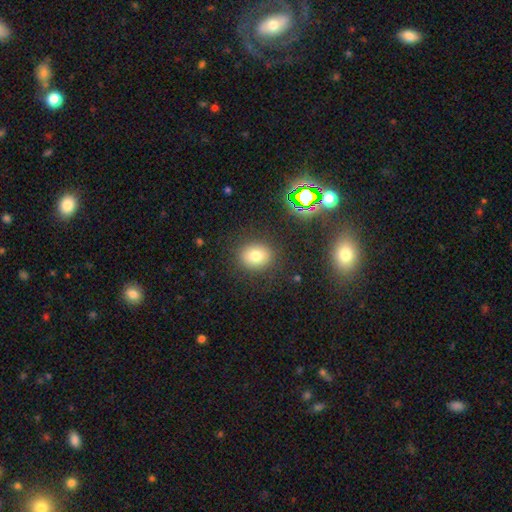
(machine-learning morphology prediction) smooth-or-featured: smooth: 75% | star or artifact: 14% | featured or disk: 10%
  how-rounded: round: 61% | in between: 38% | cigar-shaped: 1%
  merging: none: 86% | minor disturbance: 9% | major disturbance: 3% | merger: 2%